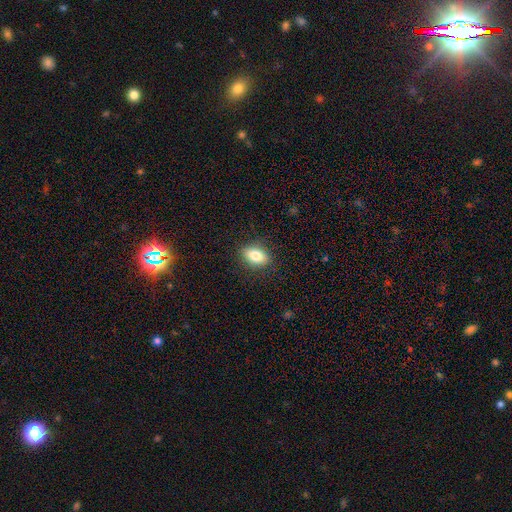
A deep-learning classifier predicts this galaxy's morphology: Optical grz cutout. It shows a smooth galaxy with no disk features (82%) that is in between round and cigar-shaped (83%). Merging: none (86%).